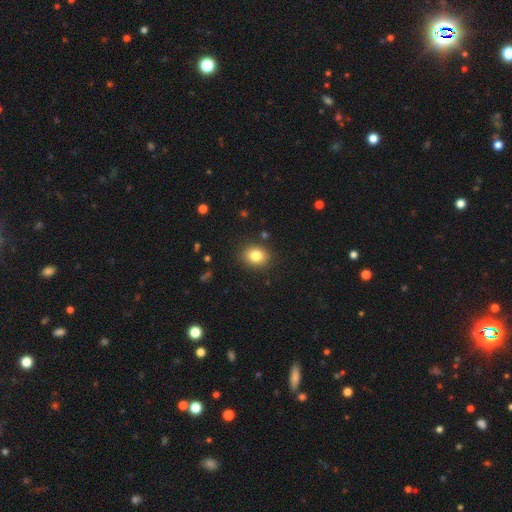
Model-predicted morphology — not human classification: smooth-or-featured: smooth: 82% | star or artifact: 10% | featured or disk: 8%
  how-rounded: round: 55% | in between: 44% | cigar-shaped: 1%
  merging: none: 89% | minor disturbance: 8% | major disturbance: 2% | merger: 1%